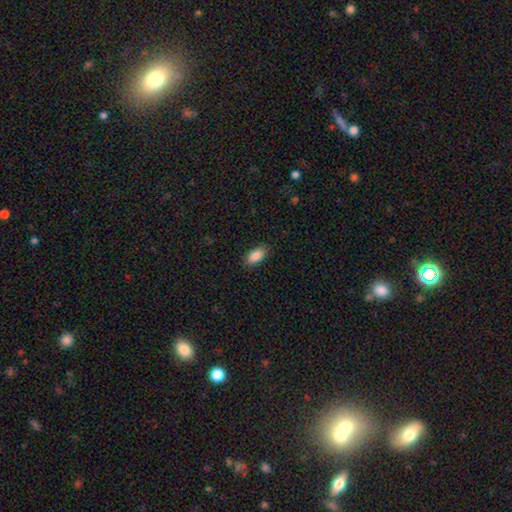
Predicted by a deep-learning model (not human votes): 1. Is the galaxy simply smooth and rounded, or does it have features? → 88% smooth, 7% star or artifact, 5% featured or disk.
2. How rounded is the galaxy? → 93% in between, 4% cigar-shaped, 3% round.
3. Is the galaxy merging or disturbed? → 86% none, 11% minor disturbance, 3% major disturbance, 1% merger.